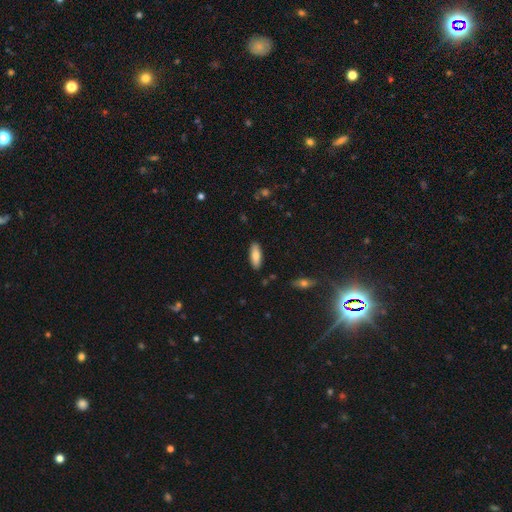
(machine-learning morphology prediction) Smooth or featured? smooth (78%)
How rounded? in between (68%)
Merging? none (88%)